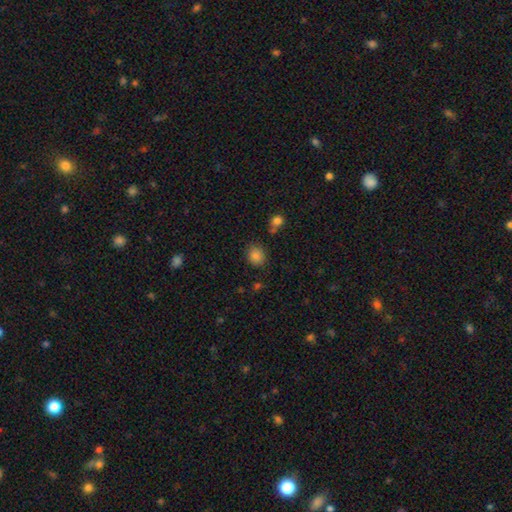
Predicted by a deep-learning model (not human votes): This appears to be a smooth galaxy with no disk features (83%) that is round (77%). Merging: none (81%).